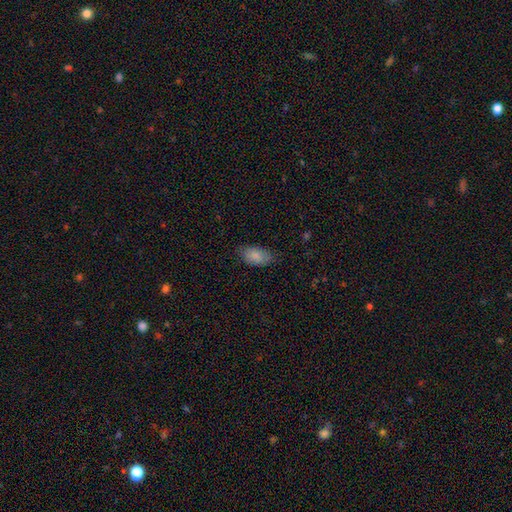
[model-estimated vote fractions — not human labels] This appears to be a smooth galaxy with no disk features (85%) that is in between round and cigar-shaped (93%). Merging: none (78%).